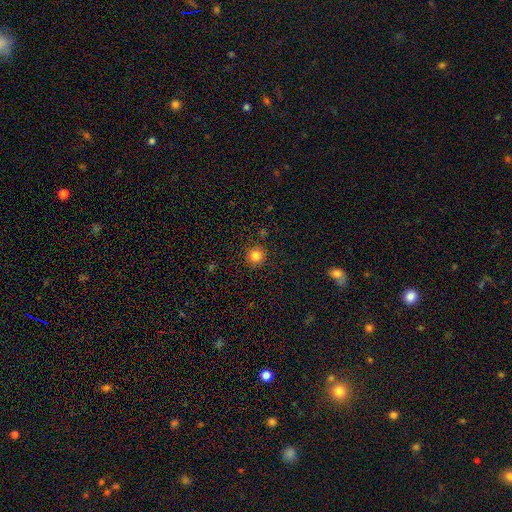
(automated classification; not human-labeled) Overall: smooth (84%). How rounded: round (94%). Merging: none (89%).